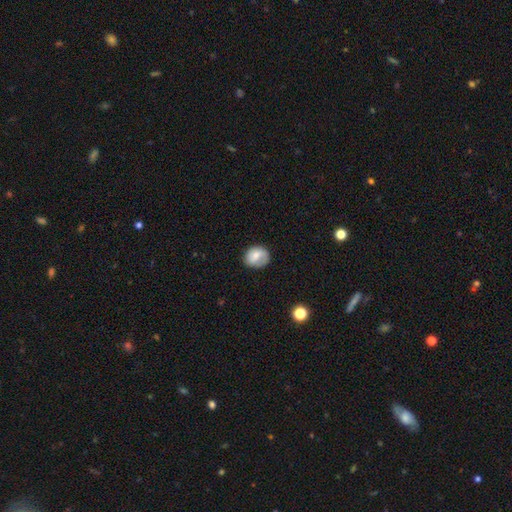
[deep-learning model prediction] This is likely a smooth galaxy (70%). How rounded: likely round (64%). Merging: likely none (69%).